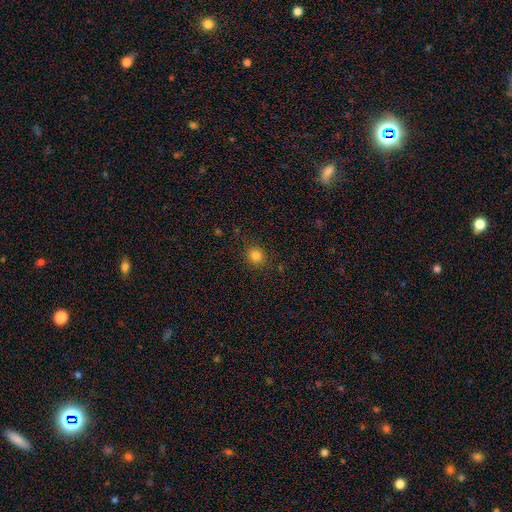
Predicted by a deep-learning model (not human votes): smooth_or_featured: smooth (p=0.83) [alt: star or artifact p=0.13]
how_rounded: round (p=0.87) [alt: in between p=0.12]
merging: none (p=0.88) [alt: minor disturbance p=0.08]